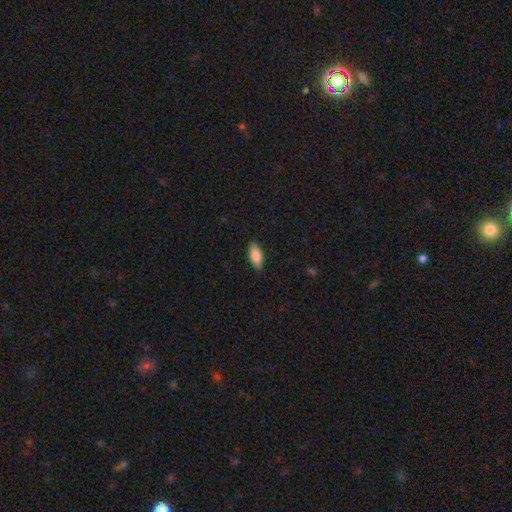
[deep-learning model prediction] smooth 81%, featured or disk 13%, star or artifact 6%. Down the decision tree: how rounded — in between (84%); merging — none (88%).